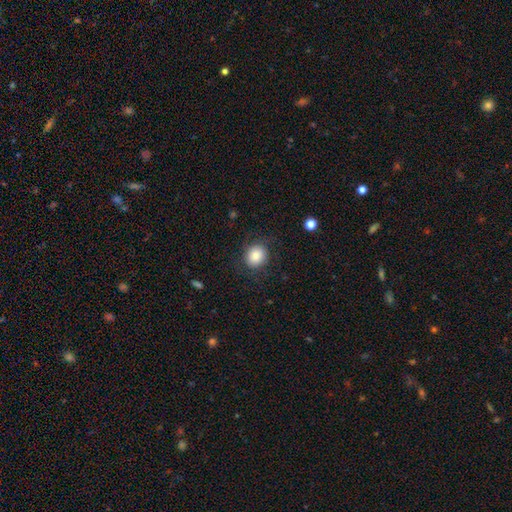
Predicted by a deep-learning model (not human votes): Smooth or featured? smooth (84%)
How rounded? round (78%)
Merging? none (83%)